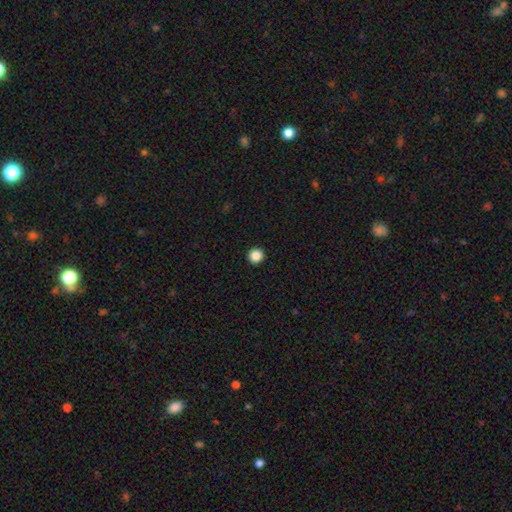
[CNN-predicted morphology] A smooth galaxy with no disk features (87%) that is round (96%).

Vote fractions:
- Smooth or featured? smooth: 87% / star or artifact: 10% / featured or disk: 3%
- How rounded? round: 96% / in between: 3% / cigar-shaped: 1%
- Merging? none: 94% / minor disturbance: 4% / major disturbance: 1% / merger: 1%